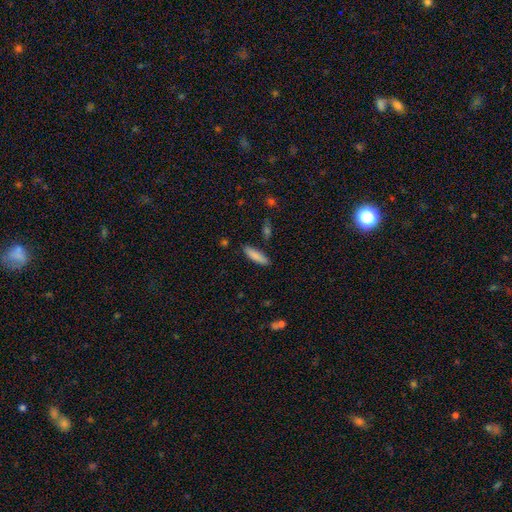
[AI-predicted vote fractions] smooth 85%, featured or disk 8%, star or artifact 7%. Down the decision tree: how rounded — cigar-shaped (65%); merging — none (86%).